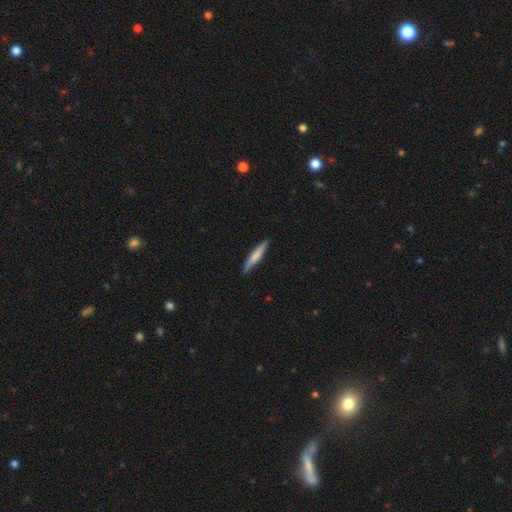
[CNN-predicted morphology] smooth_or_featured: smooth (p=0.65) [alt: featured or disk p=0.30]
how_rounded: cigar-shaped (p=0.93) [alt: in between p=0.06]
merging: none (p=0.89) [alt: minor disturbance p=0.09]